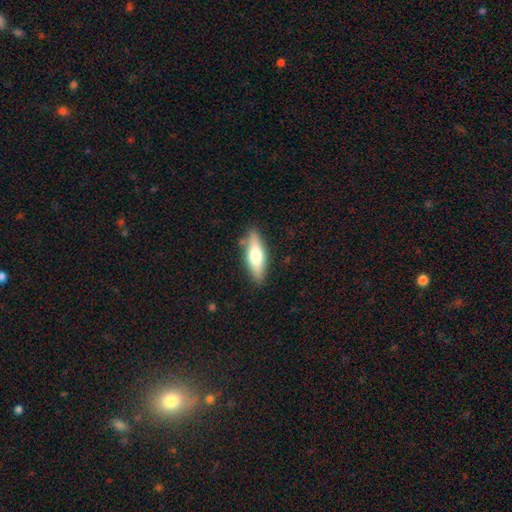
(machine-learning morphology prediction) A smooth galaxy with no disk features (61%) that is cigar-shaped (49%, tied with in between).

Vote fractions:
- Smooth or featured? smooth: 61% / featured or disk: 34% / star or artifact: 6%
- How rounded? cigar-shaped: 49% (tied) / in between: 49% (tied) / round: 2%
- Merging? none: 83% / minor disturbance: 12% / major disturbance: 2% / merger: 2%